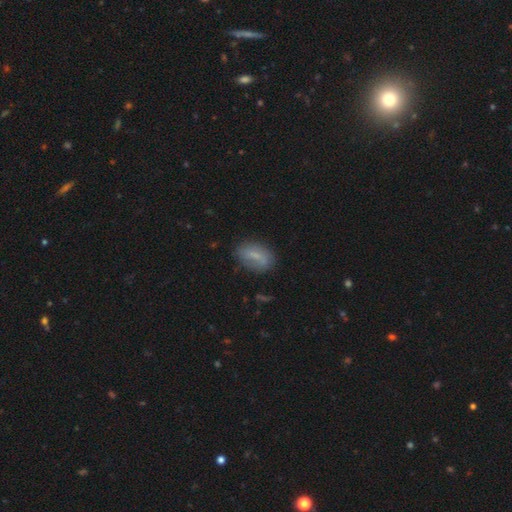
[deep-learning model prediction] Smooth or featured? smooth (68%)
How rounded? in between (86%)
Merging? none (72%)